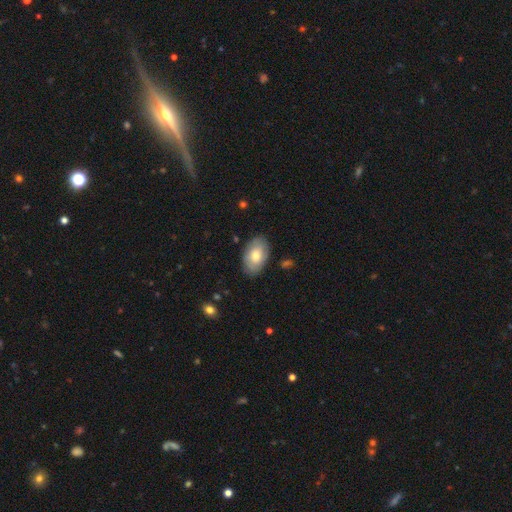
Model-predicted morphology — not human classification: Overall: smooth (72%). How rounded: in between (93%). Merging: none (84%).